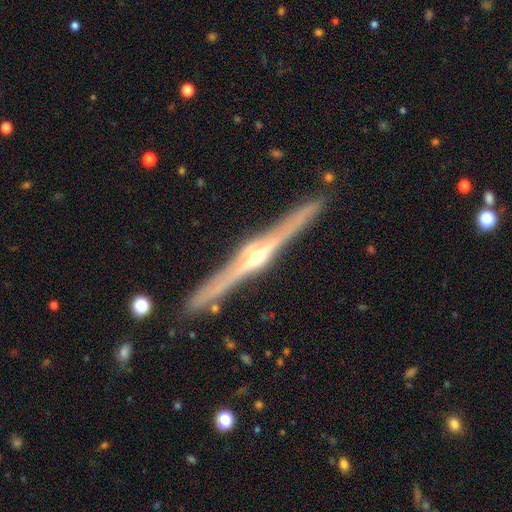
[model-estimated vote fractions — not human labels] featured or disk 87%, smooth 8%, star or artifact 5%. Down the decision tree: edge-on disk — yes (98%); edge-on bulge — rounded (92%); merging — none (91%).